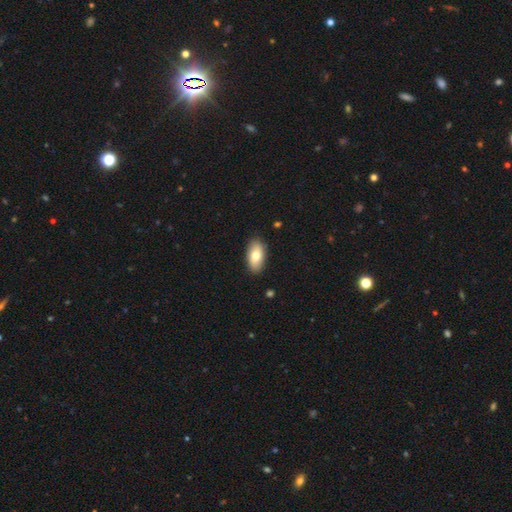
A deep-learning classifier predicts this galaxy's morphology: Smooth or featured? smooth (76%)
How rounded? in between (93%)
Merging? none (88%)